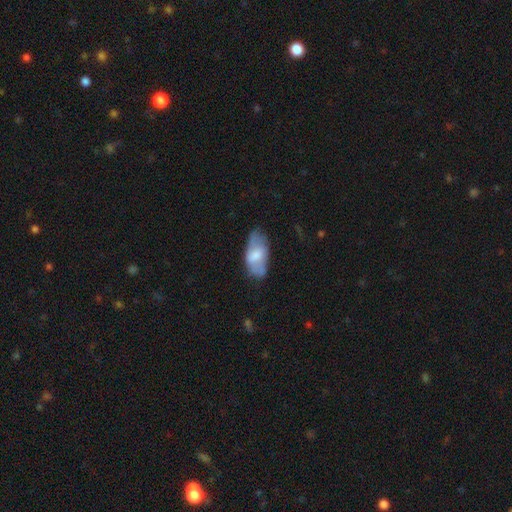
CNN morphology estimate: smooth-or-featured: smooth: 61% | featured or disk: 32% | star or artifact: 7%
  how-rounded: in between: 92% | cigar-shaped: 5% | round: 3%
  merging: none: 44% | minor disturbance: 36% | major disturbance: 17% | merger: 3%